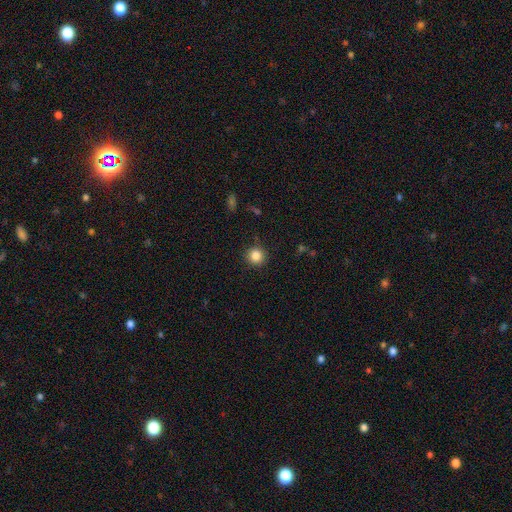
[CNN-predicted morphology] smooth 85%, star or artifact 11%, featured or disk 5%. Down the decision tree: how rounded — round (94%); merging — none (90%).